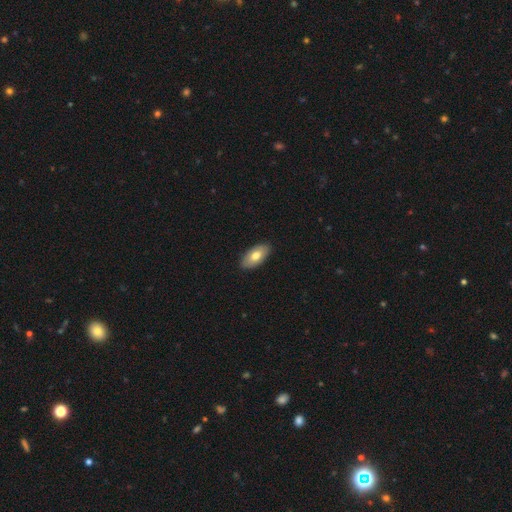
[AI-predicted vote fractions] Smooth or featured: smooth — 72% (featured or disk — 22%)
How rounded: in between — 93% (cigar-shaped — 4%)
Merging: none — 89% (minor disturbance — 9%)